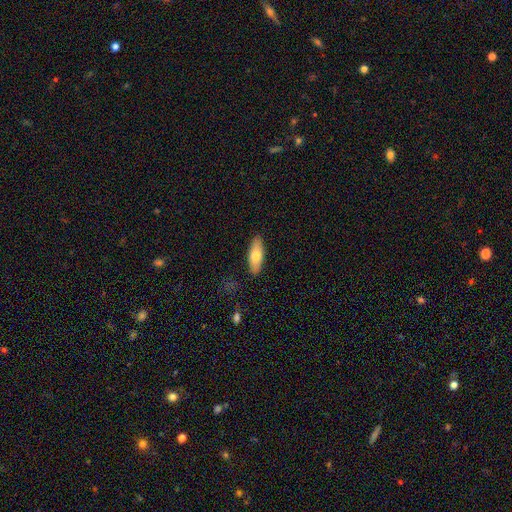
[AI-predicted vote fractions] Smooth or featured? Predicted: smooth (p=0.73). How rounded? Predicted: in between (p=0.69). Merging? Predicted: none (p=0.88).